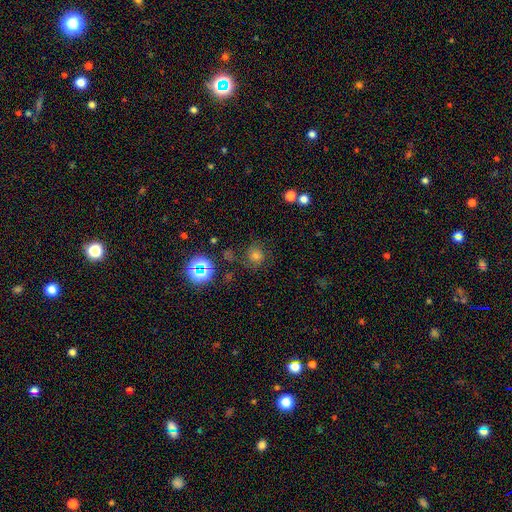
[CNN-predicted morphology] Smooth or featured? Predicted: smooth (p=0.53). How rounded? Predicted: round (p=0.87). Merging? Predicted: none (p=0.71).